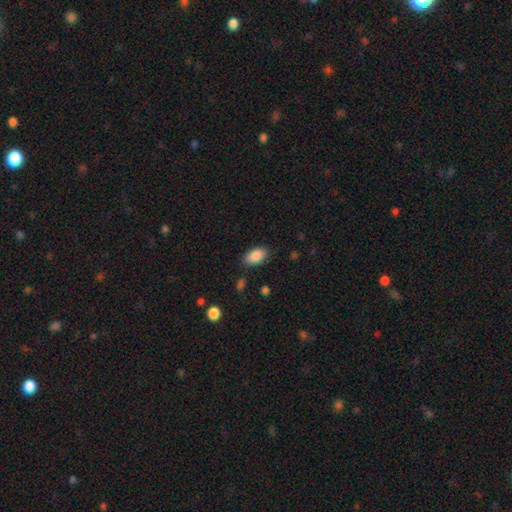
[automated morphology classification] A smooth galaxy with no disk features (87%) that is in between round and cigar-shaped (92%). Merging: none (83%).